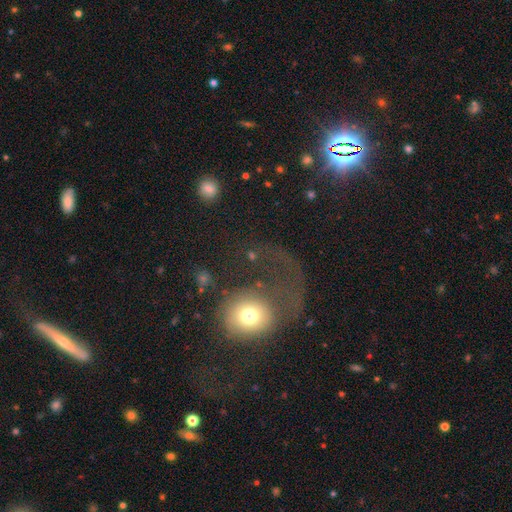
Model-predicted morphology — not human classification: type=smooth (50%); roundness=round (77%); merging=major disturbance (51%).